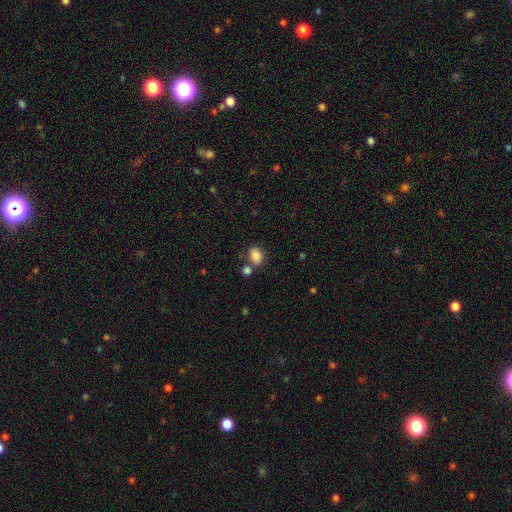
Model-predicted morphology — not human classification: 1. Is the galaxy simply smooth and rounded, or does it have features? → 86% smooth, 9% star or artifact, 5% featured or disk.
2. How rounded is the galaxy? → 71% in between, 28% round, 1% cigar-shaped.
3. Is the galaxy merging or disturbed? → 62% none, 20% merger, 14% minor disturbance, 5% major disturbance.